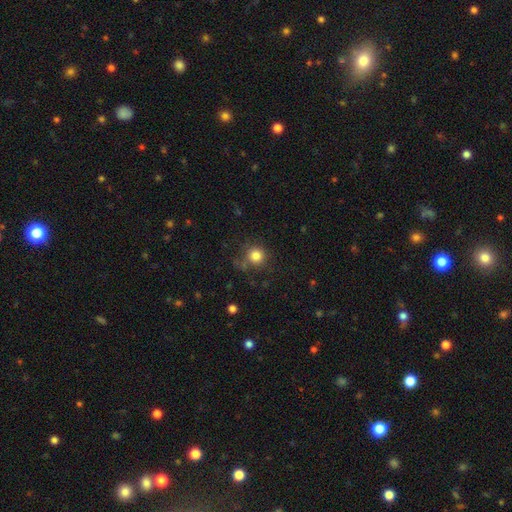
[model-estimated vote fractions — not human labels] Smooth or featured?
  - smooth: 82% *
  - star or artifact: 12%
  - featured or disk: 6%
How rounded?
  - round: 92% *
  - in between: 7%
  - cigar-shaped: 1%
Merging?
  - none: 74% *
  - minor disturbance: 15%
  - major disturbance: 6%
  - merger: 5%